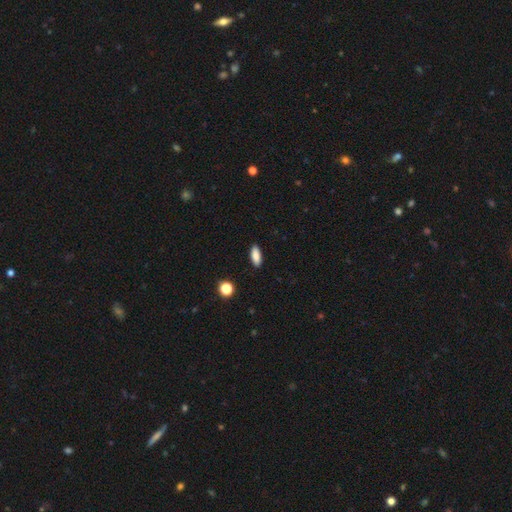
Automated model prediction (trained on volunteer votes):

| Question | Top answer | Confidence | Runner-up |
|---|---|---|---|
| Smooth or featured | smooth | 87% | star or artifact (7%) |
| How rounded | in between | 75% | cigar-shaped (23%) |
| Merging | none | 89% | minor disturbance (8%) |